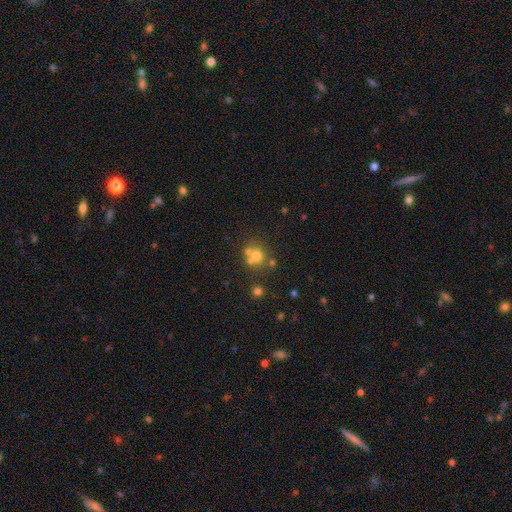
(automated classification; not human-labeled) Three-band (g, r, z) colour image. It shows a smooth galaxy with no disk features (60%) that is round (82%). Merging: none (48%).